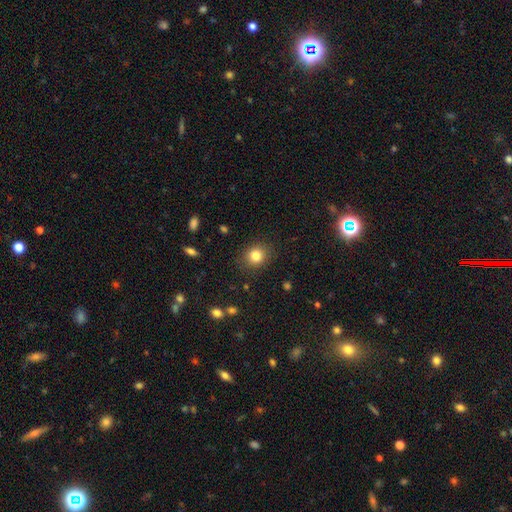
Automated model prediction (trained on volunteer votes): Smooth or featured?
  - smooth: 83% *
  - star or artifact: 11%
  - featured or disk: 6%
How rounded?
  - round: 76% *
  - in between: 23%
  - cigar-shaped: 1%
Merging?
  - none: 87% *
  - minor disturbance: 8%
  - major disturbance: 3%
  - merger: 1%